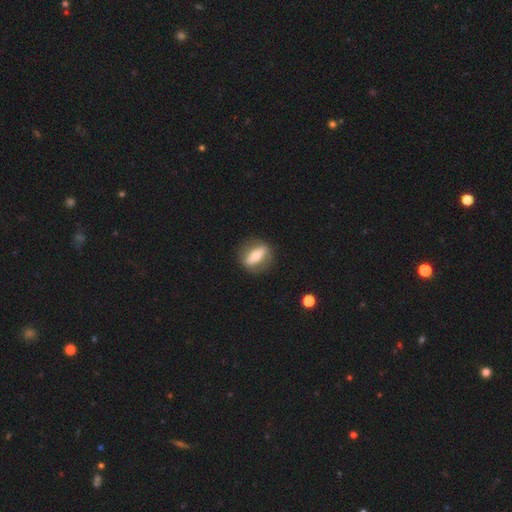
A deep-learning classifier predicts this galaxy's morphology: smooth-or-featured: featured or disk: 58% | smooth: 36% | star or artifact: 7%
  disk-edge-on: no: 60% | yes: 40%
  merging: none: 84% | minor disturbance: 10% | major disturbance: 4% | merger: 1%